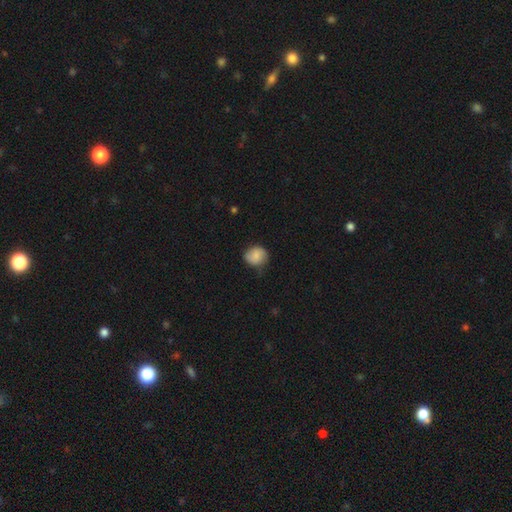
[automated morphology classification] This appears to be a smooth galaxy with no disk features (74%) that is round (74%). Merging: none (69%).